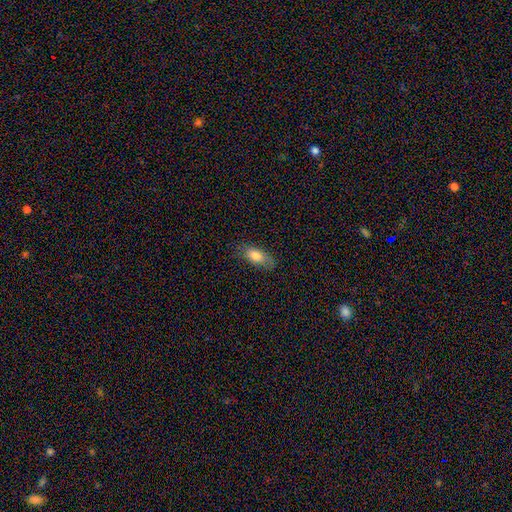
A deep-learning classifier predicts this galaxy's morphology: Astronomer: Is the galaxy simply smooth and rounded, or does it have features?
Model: smooth — 78%.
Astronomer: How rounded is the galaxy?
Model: in between — 85%.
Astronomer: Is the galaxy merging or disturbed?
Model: none — 75%.